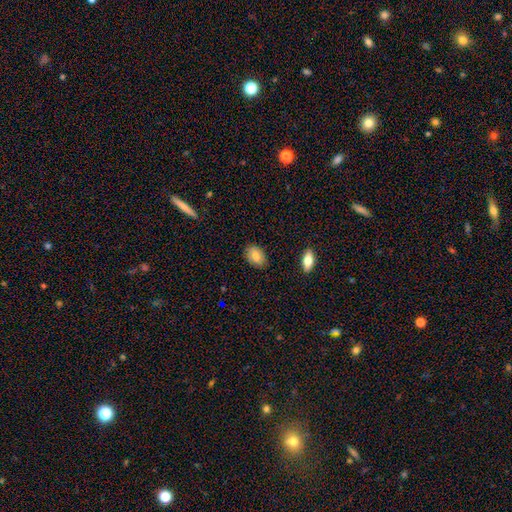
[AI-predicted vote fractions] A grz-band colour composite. It shows a smooth galaxy with no disk features (80%) that is in between round and cigar-shaped (85%). Merging: none (84%).